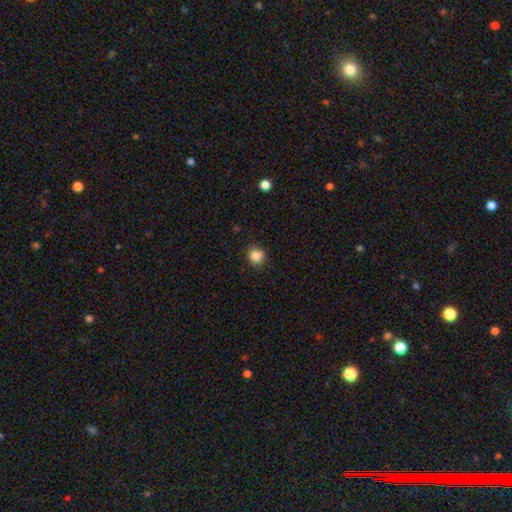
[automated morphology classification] Smooth or featured? Predicted: smooth (p=0.84). How rounded? Predicted: round (p=0.85). Merging? Predicted: none (p=0.82).